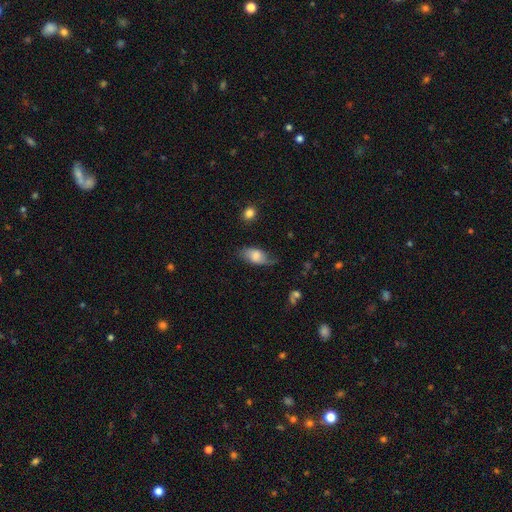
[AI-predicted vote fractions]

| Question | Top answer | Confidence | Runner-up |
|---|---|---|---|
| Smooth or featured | smooth | 69% | featured or disk (24%) |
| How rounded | in between | 90% | round (6%) |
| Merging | none | 55% | minor disturbance (32%) |